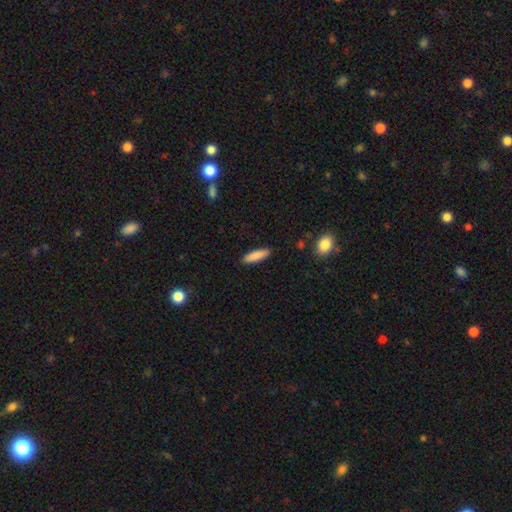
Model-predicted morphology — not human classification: Smooth or featured: smooth — 86% (featured or disk — 8%)
How rounded: cigar-shaped — 66% (in between — 33%)
Merging: none — 89% (minor disturbance — 8%)